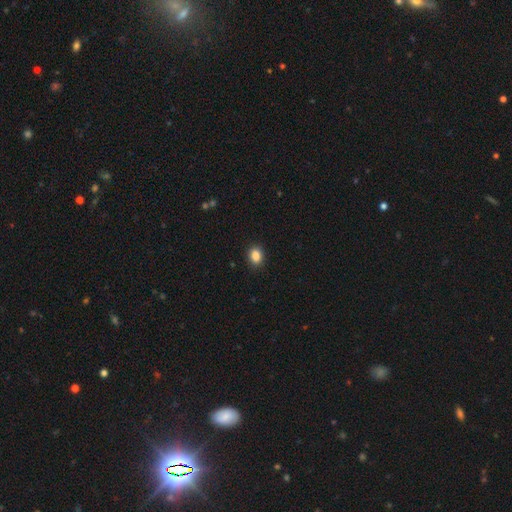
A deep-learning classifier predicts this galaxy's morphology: The model was most divided on "how rounded": in between: 50%, round: 49%, cigar-shaped: 1%. More confident: merging — none (90%); smooth or featured — smooth (86%).